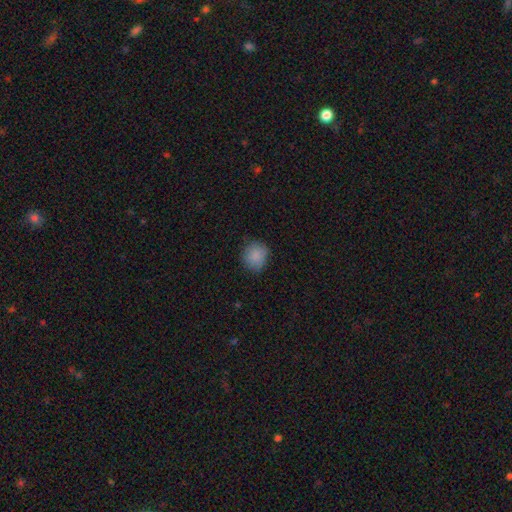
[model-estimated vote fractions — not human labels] This appears to be a smooth galaxy with no disk features (86%) that is round (82%). Merging: none (77%).